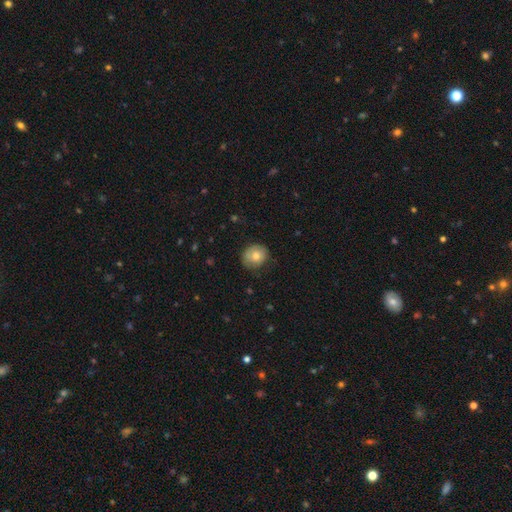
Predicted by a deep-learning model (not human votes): smooth-or-featured: smooth: 73% | featured or disk: 19% | star or artifact: 8%
  how-rounded: round: 76% | in between: 23% | cigar-shaped: 1%
  merging: none: 73% | minor disturbance: 22% | major disturbance: 5% | merger: 1%